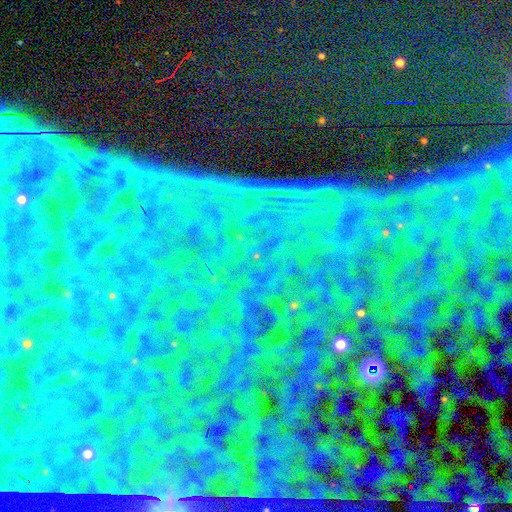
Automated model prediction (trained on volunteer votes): This appears to be a star or artifact, not a galaxy (87%).